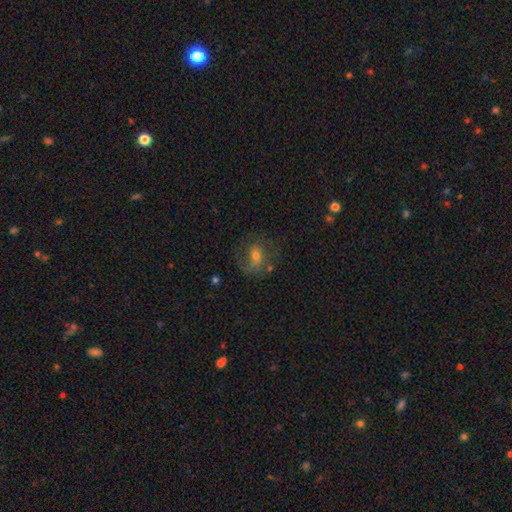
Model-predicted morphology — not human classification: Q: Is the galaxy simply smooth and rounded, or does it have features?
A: featured or disk — 51%.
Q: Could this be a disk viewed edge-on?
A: no — 96%.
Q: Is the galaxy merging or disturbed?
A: none — 60%.